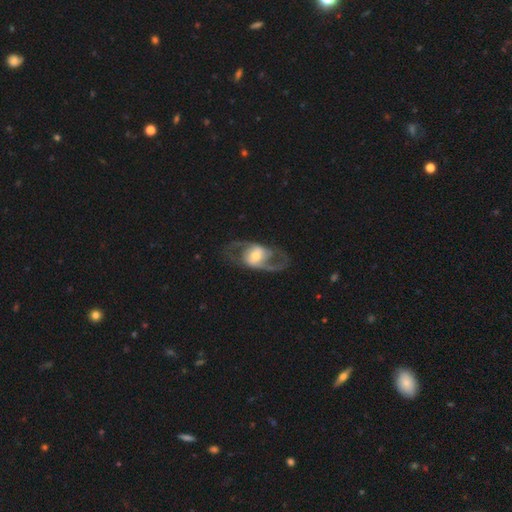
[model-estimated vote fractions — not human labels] Smooth or featured?
  - featured or disk: 79% *
  - smooth: 16%
  - star or artifact: 5%
Edge-on disk?
  - no: 93% *
  - yes: 7%
Bar?
  - no: 50% *
  - weak: 32%
  - strong: 18%
Spiral arms?
  - yes: 79% *
  - no: 21%
Spiral winding?
  - medium: 49% *
  - loose: 36%
  - tight: 15%
Spiral arm count?
  - 2: 88% *
  - can't tell: 6%
  - 1: 3%
  - 3: 1%
  - 4: 1%
  - more than 4: 1%
Bulge size?
  - moderate: 59% *
  - small: 23%
  - large: 16%
  - dominant: 2%
  - none: 1%
Merging?
  - none: 73% *
  - major disturbance: 13%
  - minor disturbance: 13%
  - merger: 2%